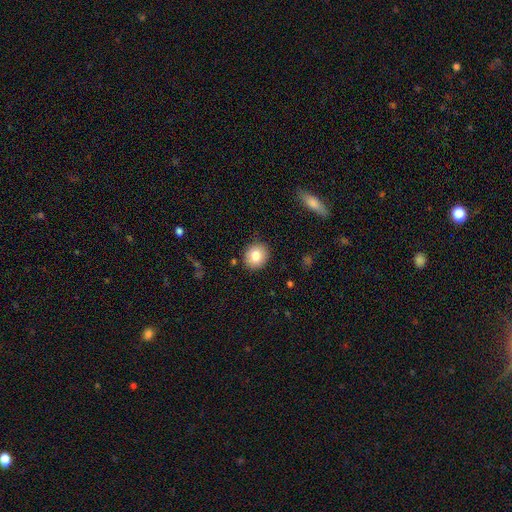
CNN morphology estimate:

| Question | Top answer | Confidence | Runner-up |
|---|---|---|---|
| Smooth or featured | smooth | 81% | featured or disk (9%) |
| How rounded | round | 83% | in between (16%) |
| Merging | none | 89% | minor disturbance (8%) |